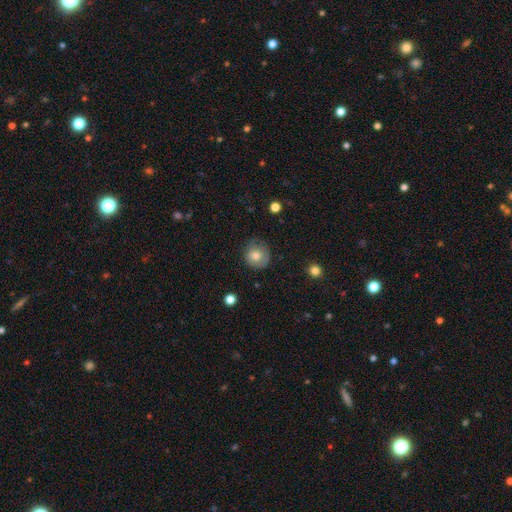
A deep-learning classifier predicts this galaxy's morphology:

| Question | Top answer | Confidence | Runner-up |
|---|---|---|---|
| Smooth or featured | smooth | 72% | featured or disk (20%) |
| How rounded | round | 87% | in between (12%) |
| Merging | none | 68% | minor disturbance (24%) |